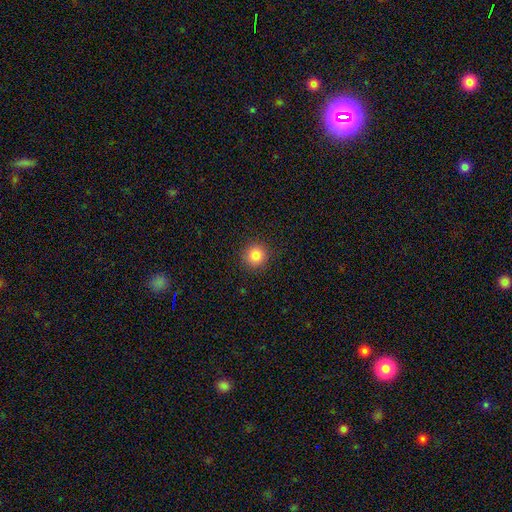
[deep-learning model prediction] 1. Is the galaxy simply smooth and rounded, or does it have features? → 84% smooth, 11% star or artifact, 5% featured or disk.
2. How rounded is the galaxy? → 94% round, 5% in between, 1% cigar-shaped.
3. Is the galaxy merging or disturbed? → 91% none, 6% minor disturbance, 2% major disturbance, 1% merger.